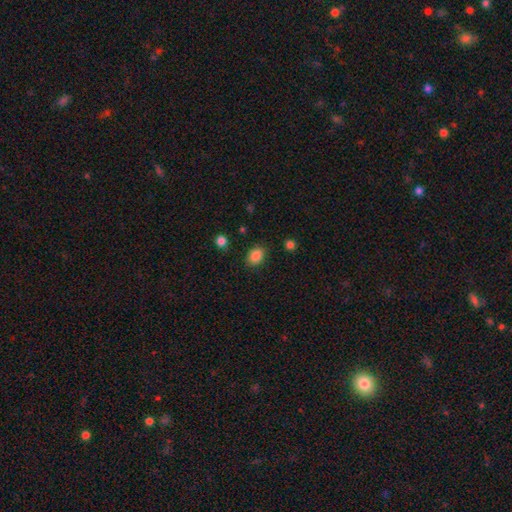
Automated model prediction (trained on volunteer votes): Smooth or featured? smooth (87%)
How rounded? in between (62%)
Merging? none (84%)